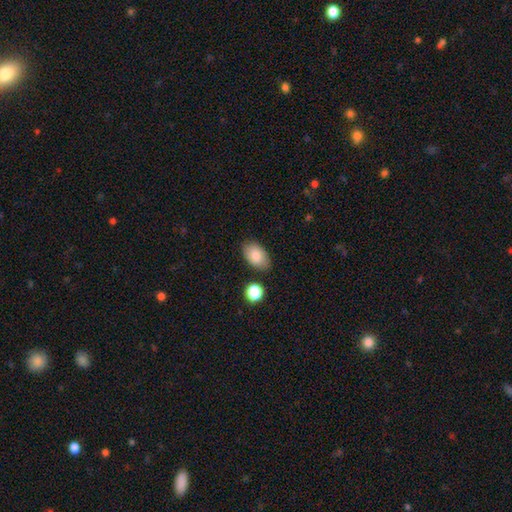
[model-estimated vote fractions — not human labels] smooth_or_featured: smooth (p=0.84) [alt: featured or disk p=0.09]
how_rounded: in between (p=0.92) [alt: round p=0.07]
merging: none (p=0.82) [alt: minor disturbance p=0.12]